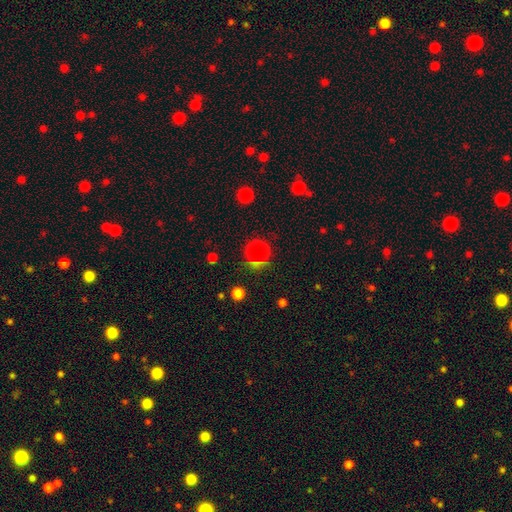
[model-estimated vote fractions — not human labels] Morphology: type=smooth (76%); roundness=round (92%); merging=none (77%).